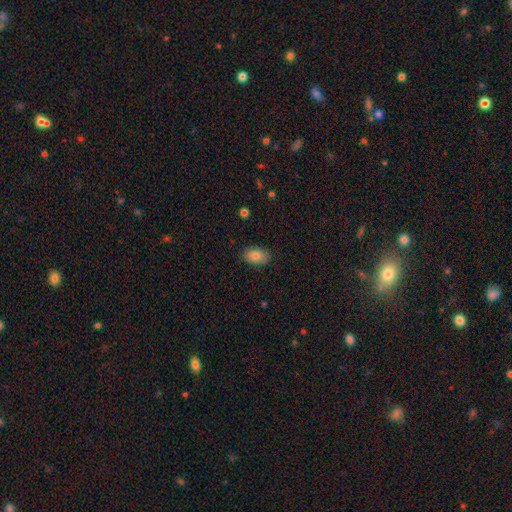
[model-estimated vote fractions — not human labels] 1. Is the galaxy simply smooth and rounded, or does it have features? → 84% smooth, 9% featured or disk, 8% star or artifact.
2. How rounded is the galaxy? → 90% in between, 8% round, 1% cigar-shaped.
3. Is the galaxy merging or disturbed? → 86% none, 11% minor disturbance, 2% major disturbance, 1% merger.